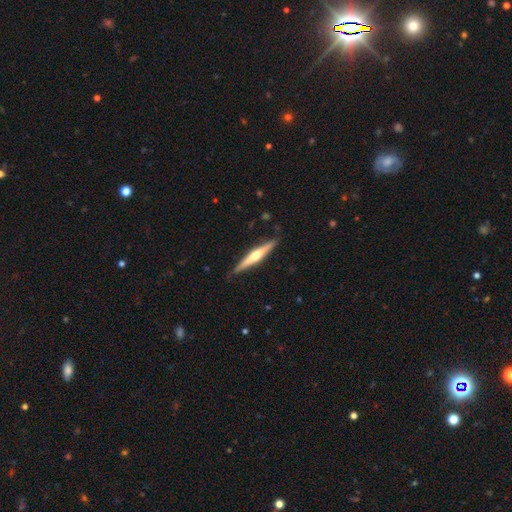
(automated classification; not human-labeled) featured or disk 65%, smooth 31%, star or artifact 5%. Down the decision tree: edge-on disk — yes (97%); edge-on bulge — rounded (89%); merging — none (88%).